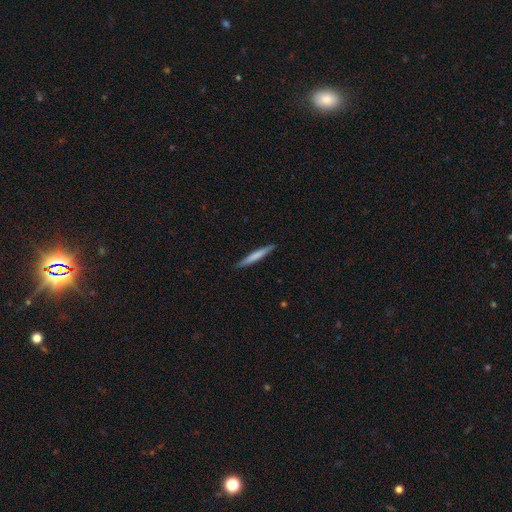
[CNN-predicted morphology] The model was most divided on "smooth or featured": smooth: 68%, featured or disk: 27%, star or artifact: 5%. More confident: how rounded — cigar-shaped (96%); merging — none (91%).